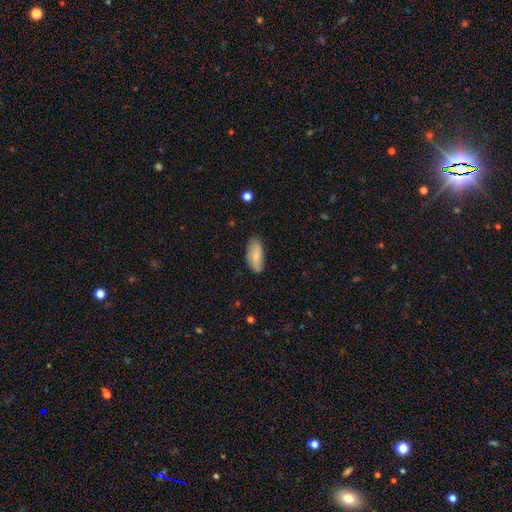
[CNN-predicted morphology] Q: Smooth or featured?
A: smooth (72%); runner-up: featured or disk (22%)
Q: How rounded?
A: in between (86%); runner-up: cigar-shaped (11%)
Q: Merging?
A: none (75%); runner-up: minor disturbance (20%)